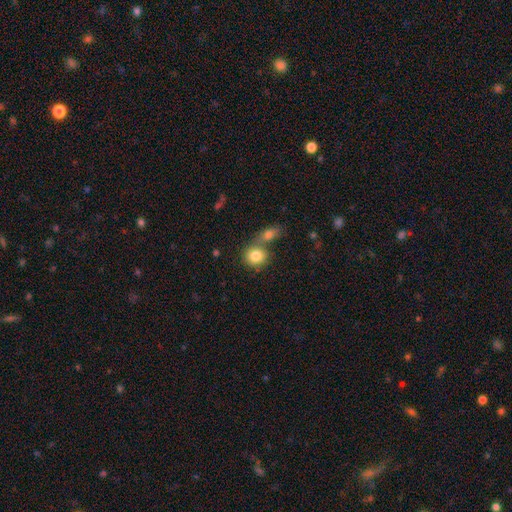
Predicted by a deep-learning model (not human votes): Morphology: type=smooth (83%); roundness=round (75%); merging=merger (46%).